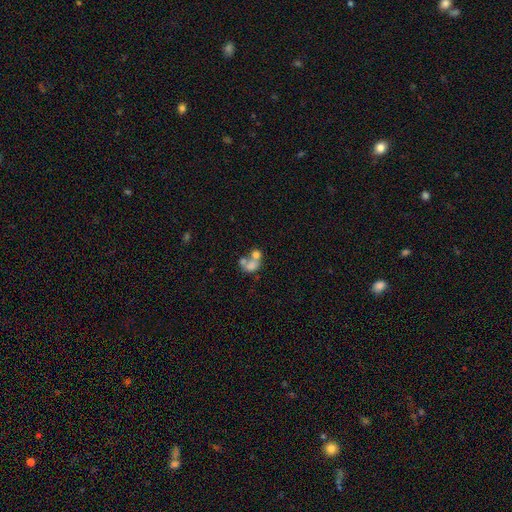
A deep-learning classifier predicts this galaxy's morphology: smooth_or_featured: smooth (p=0.59) [alt: featured or disk p=0.29]
how_rounded: in between (p=0.54) [alt: round p=0.45]
merging: merger (p=0.64) [alt: none p=0.19]